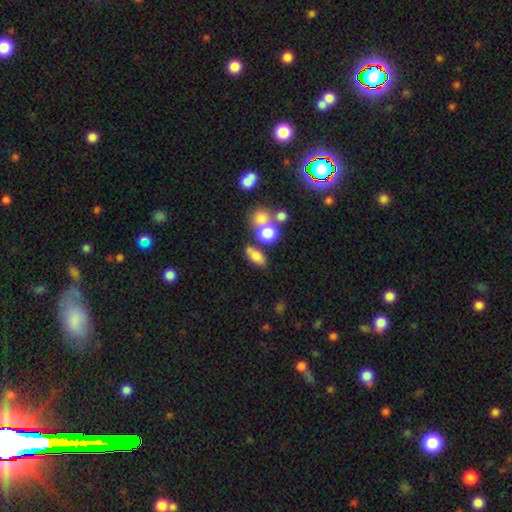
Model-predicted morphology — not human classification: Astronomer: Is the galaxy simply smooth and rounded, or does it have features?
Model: smooth — 75%.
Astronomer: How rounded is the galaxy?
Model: in between — 74%.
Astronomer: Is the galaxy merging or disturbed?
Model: none — 56%.